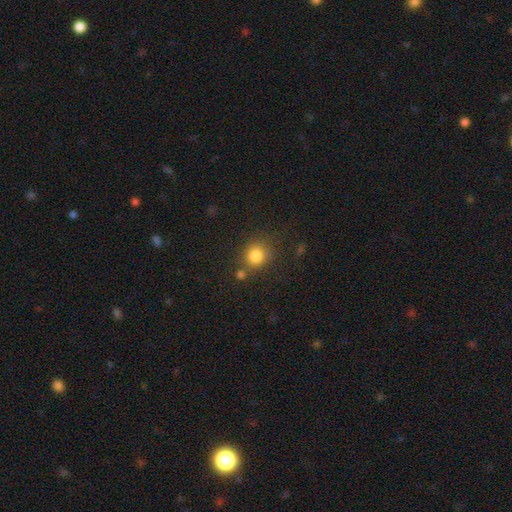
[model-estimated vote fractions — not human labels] Overall: smooth (83%). How rounded: round (84%). Merging: none (69%).